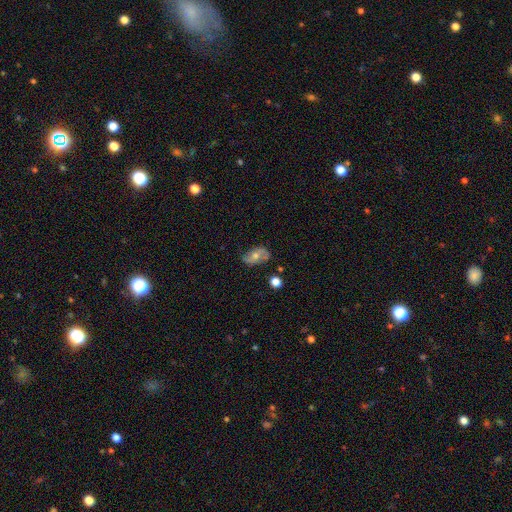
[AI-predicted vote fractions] Smooth or featured? Predicted: featured or disk (p=0.56). Edge-on disk? Predicted: no (p=0.93). Bar? Predicted: no (p=0.74). Spiral arms? Predicted: yes (p=0.72). Bulge size? Predicted: moderate (p=0.68). Merging? Predicted: none (p=0.72).